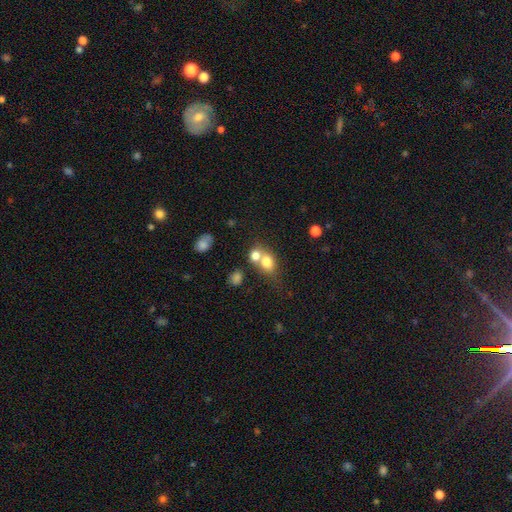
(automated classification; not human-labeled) Morphology: type=smooth (74%); roundness=round (53%); merging=merger (58%).